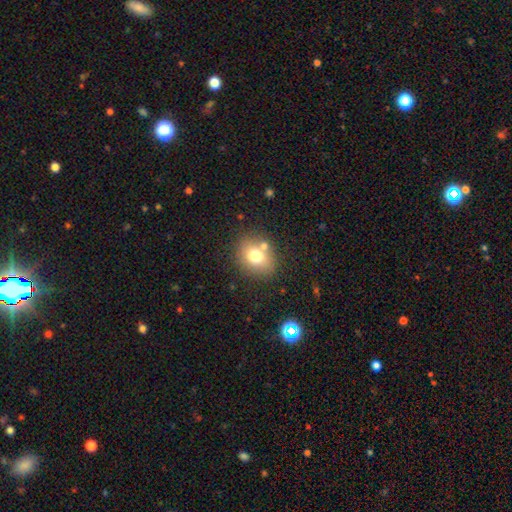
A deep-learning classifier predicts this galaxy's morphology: smooth-or-featured: smooth: 74% | featured or disk: 14% | star or artifact: 12%
  how-rounded: round: 59% | in between: 40% | cigar-shaped: 1%
  merging: none: 72% | minor disturbance: 12% | merger: 12% | major disturbance: 4%